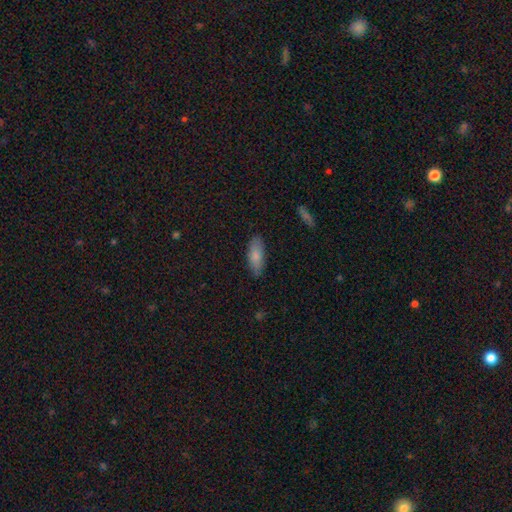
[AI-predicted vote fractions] This appears to be a smooth galaxy with no disk features (82%) that is in between round and cigar-shaped (75%). Merging: none (82%).